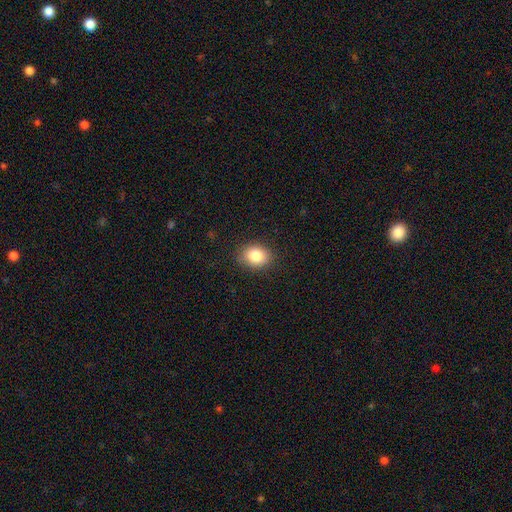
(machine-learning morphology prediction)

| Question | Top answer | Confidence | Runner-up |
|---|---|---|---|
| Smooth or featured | smooth | 83% | star or artifact (10%) |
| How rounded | round | 53% | in between (46%) |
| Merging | none | 87% | minor disturbance (10%) |